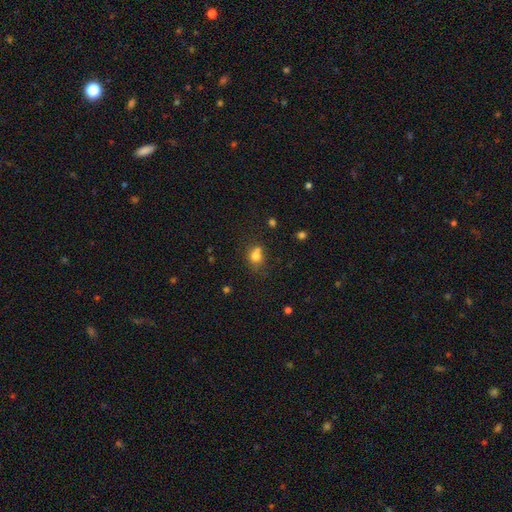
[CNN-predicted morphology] Smooth or featured?
  - smooth: 75% *
  - star or artifact: 14%
  - featured or disk: 11%
How rounded?
  - round: 66% *
  - in between: 33%
  - cigar-shaped: 1%
Merging?
  - none: 44% *
  - merger: 33%
  - minor disturbance: 16%
  - major disturbance: 7%